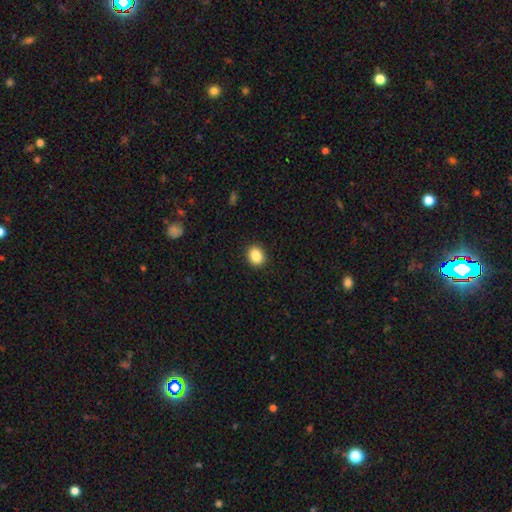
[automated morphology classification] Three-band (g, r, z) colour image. It shows a smooth galaxy with no disk features (86%) that is round (59%). Merging: none (91%).